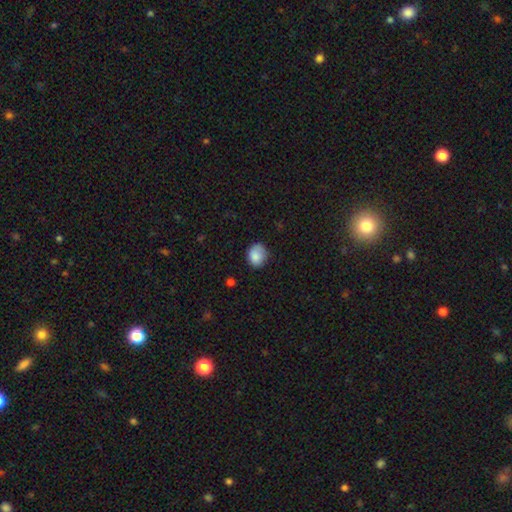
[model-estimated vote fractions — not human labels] This is clearly a smooth galaxy (85%). How rounded: possibly round (57%). Merging: likely none (68%).